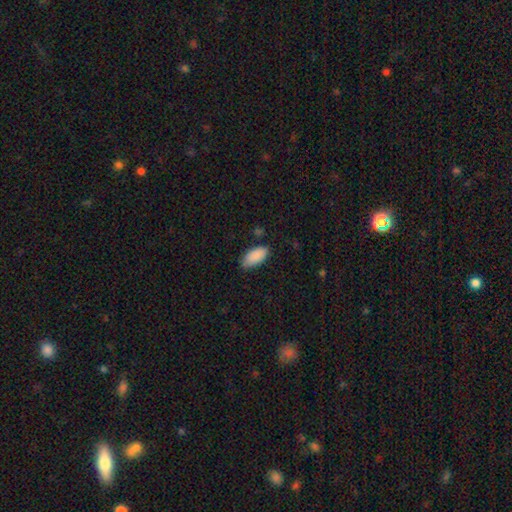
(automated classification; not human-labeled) smooth-or-featured: smooth: 90% | star or artifact: 6% | featured or disk: 4%
  how-rounded: in between: 91% | cigar-shaped: 7% | round: 2%
  merging: none: 76% | minor disturbance: 19% | major disturbance: 3% | merger: 2%